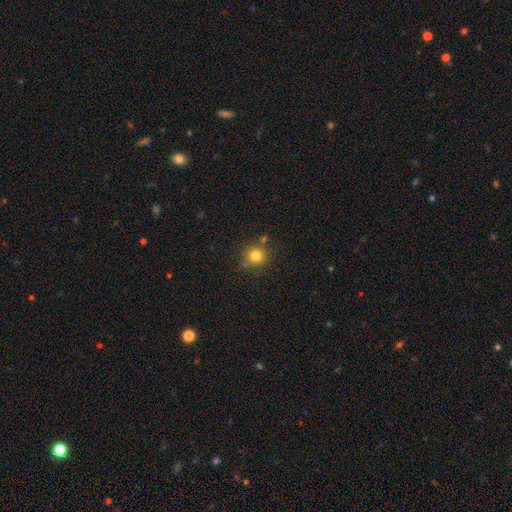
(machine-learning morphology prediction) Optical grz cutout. It shows a smooth galaxy with no disk features (80%) that is round (92%). Merging: none (77%).